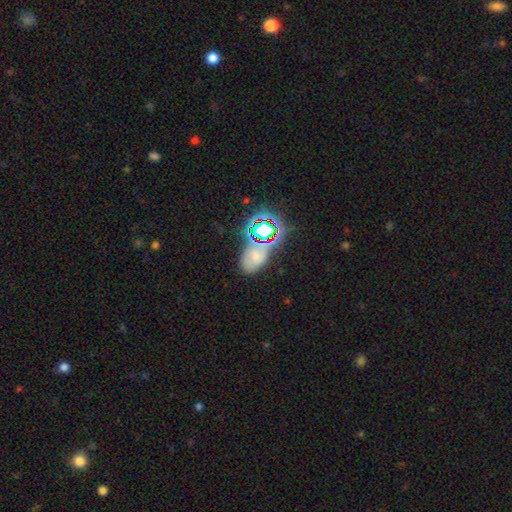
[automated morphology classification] Smooth or featured? Predicted: smooth (p=0.48). Merging? Predicted: none (p=0.58).